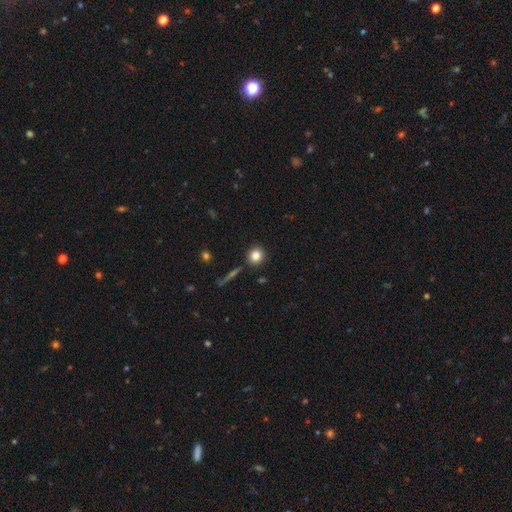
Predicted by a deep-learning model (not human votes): Smooth or featured? smooth (82%)
How rounded? round (90%)
Merging? none (89%)